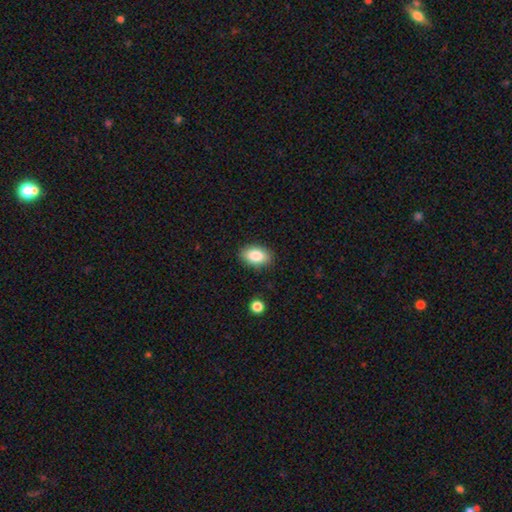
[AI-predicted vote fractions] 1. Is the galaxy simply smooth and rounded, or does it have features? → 85% smooth, 8% star or artifact, 7% featured or disk.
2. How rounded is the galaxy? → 89% in between, 9% round, 1% cigar-shaped.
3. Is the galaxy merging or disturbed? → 87% none, 9% minor disturbance, 2% major disturbance, 1% merger.